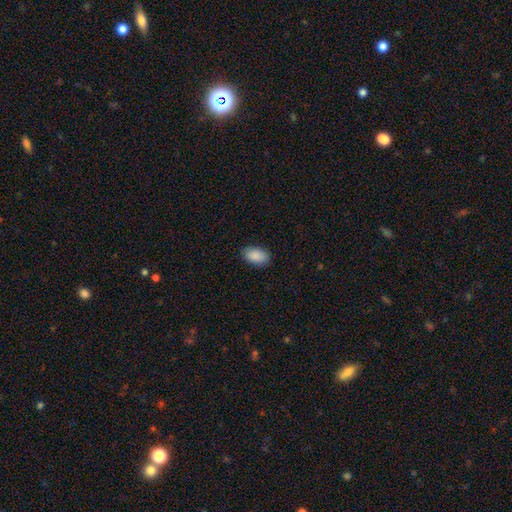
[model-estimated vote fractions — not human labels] smooth_or_featured: smooth (p=0.90) [alt: star or artifact p=0.06]
how_rounded: in between (p=0.95) [alt: round p=0.04]
merging: none (p=0.88) [alt: minor disturbance p=0.09]